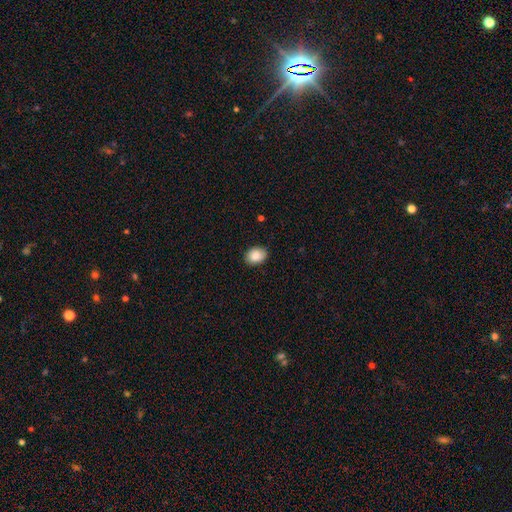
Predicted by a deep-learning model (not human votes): Smooth or featured: smooth — 87% (star or artifact — 7%)
How rounded: in between — 72% (round — 27%)
Merging: none — 86% (minor disturbance — 11%)